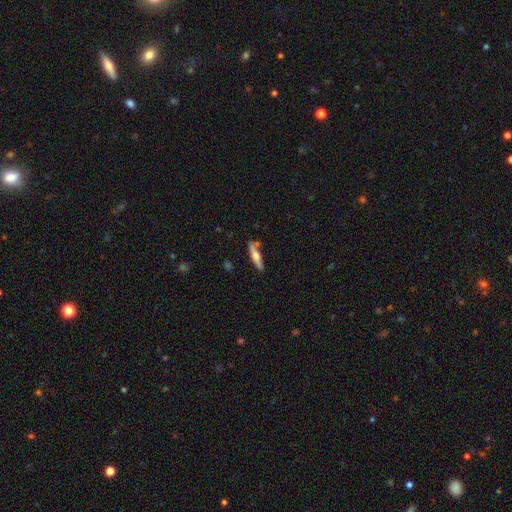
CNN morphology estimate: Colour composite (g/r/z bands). It shows a featured or disk galaxy (48%). Merging: none (75%).